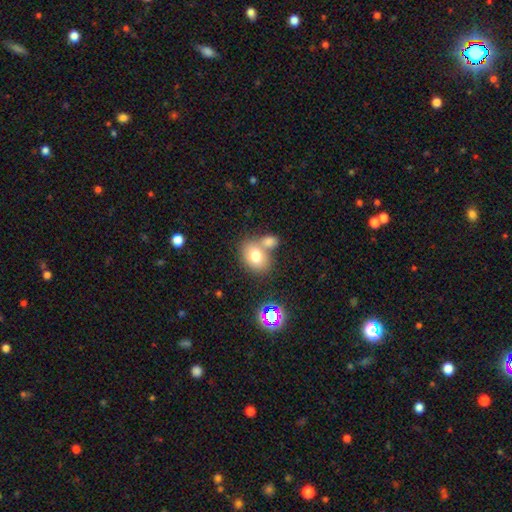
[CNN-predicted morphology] Smooth or featured?
  - smooth: 74% *
  - featured or disk: 15%
  - star or artifact: 11%
How rounded?
  - in between: 66% *
  - round: 33%
  - cigar-shaped: 1%
Merging?
  - none: 47% *
  - merger: 37%
  - minor disturbance: 11%
  - major disturbance: 4%